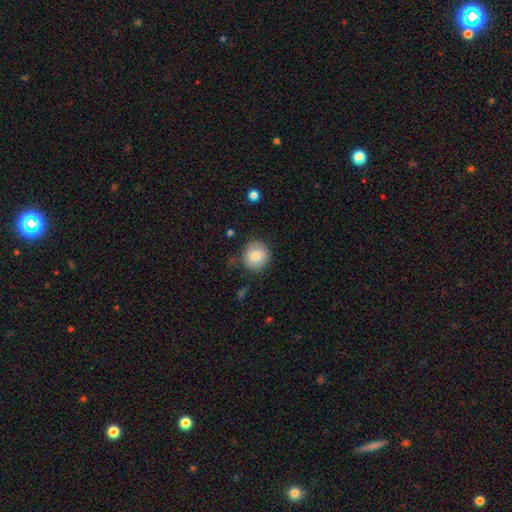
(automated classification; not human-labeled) Smooth or featured? smooth (83%)
How rounded? round (90%)
Merging? none (81%)